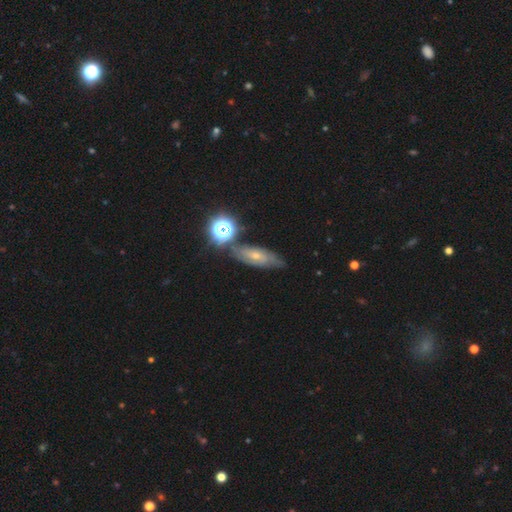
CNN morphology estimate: smooth_or_featured: featured or disk (p=0.46) [alt: smooth p=0.33]
merging: none (p=0.62) [alt: minor disturbance p=0.22]